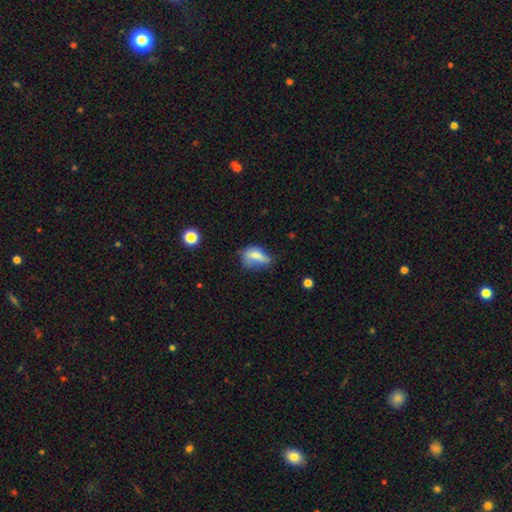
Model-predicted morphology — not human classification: type=smooth (68%); roundness=in between (78%); merging=minor disturbance (37%).